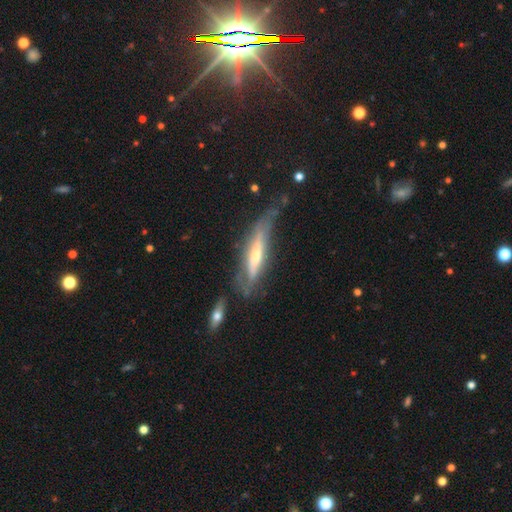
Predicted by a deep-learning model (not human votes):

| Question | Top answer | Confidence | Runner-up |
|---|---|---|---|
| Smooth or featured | featured or disk | 62% | smooth (32%) |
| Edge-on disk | yes | 73% | no (27%) |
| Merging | none | 45% | minor disturbance (31%) |